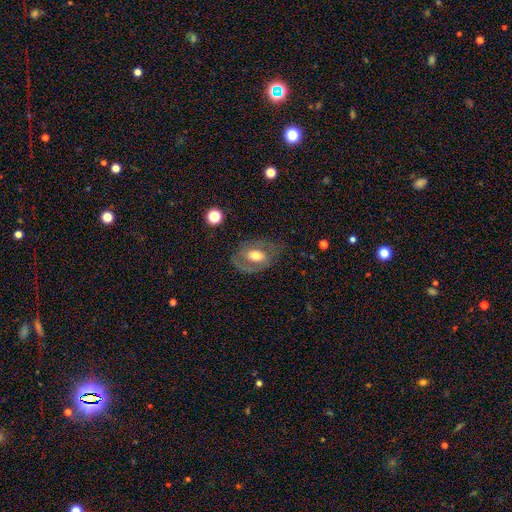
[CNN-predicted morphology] Q: Smooth or featured?
A: featured or disk (51%); runner-up: smooth (41%)
Q: Edge-on disk?
A: no (92%); runner-up: yes (8%)
Q: Merging?
A: none (64%); runner-up: minor disturbance (20%)